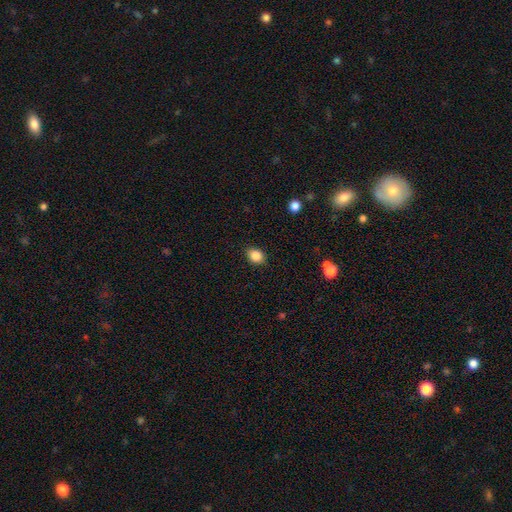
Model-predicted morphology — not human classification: type=smooth (86%); roundness=in between (55%); merging=none (85%).